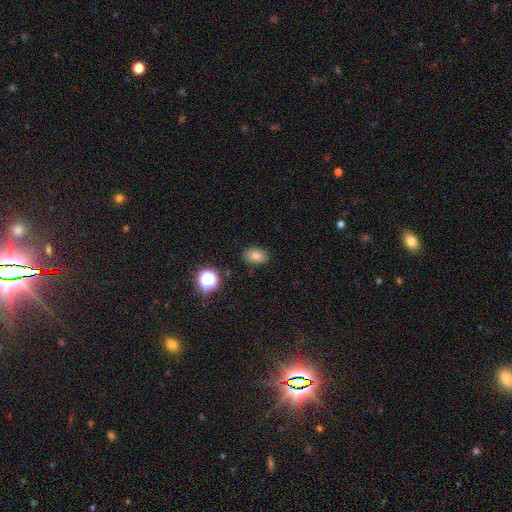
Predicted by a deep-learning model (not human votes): Smooth or featured: smooth — 77% (star or artifact — 13%)
How rounded: in between — 78% (round — 21%)
Merging: none — 84% (minor disturbance — 12%)